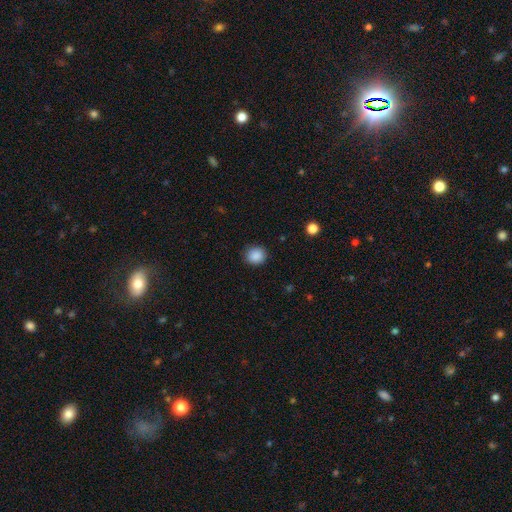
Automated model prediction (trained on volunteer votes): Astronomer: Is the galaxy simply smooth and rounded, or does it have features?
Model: smooth — 88%.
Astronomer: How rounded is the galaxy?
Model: round — 86%.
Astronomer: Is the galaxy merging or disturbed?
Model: none — 89%.